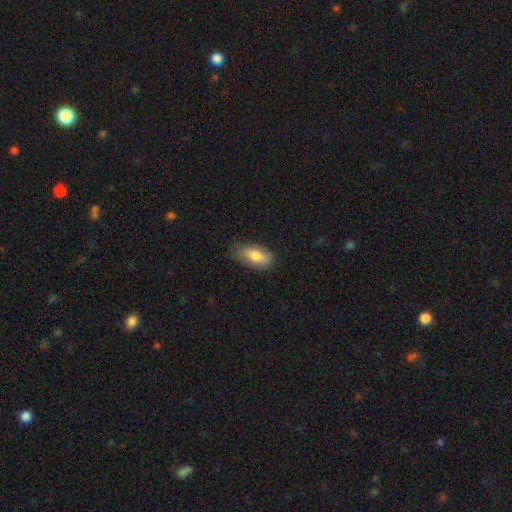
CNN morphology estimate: Smooth or featured? smooth (78%)
How rounded? in between (85%)
Merging? none (79%)